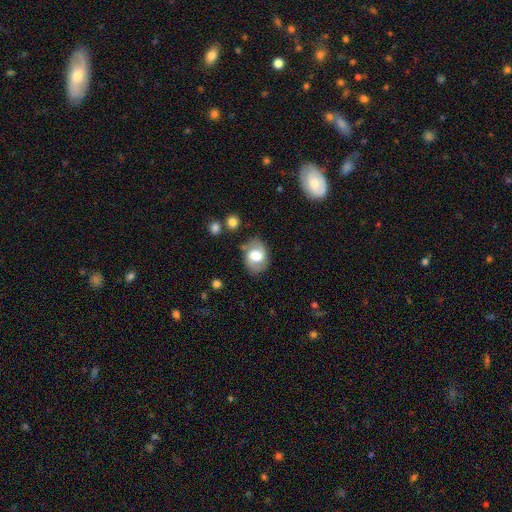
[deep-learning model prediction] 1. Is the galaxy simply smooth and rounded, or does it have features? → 48% smooth, 44% featured or disk, 8% star or artifact.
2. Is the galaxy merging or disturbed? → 77% none, 16% minor disturbance, 5% major disturbance, 2% merger.